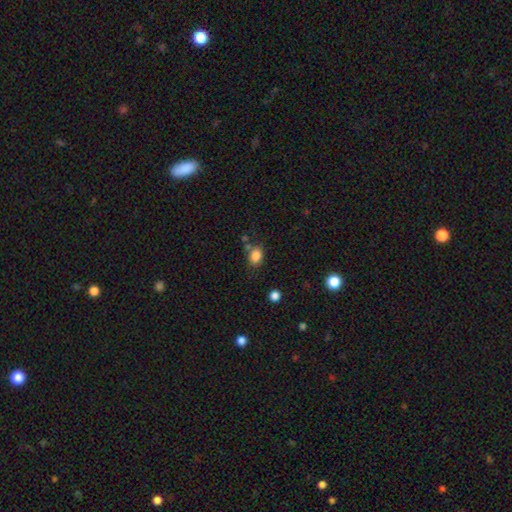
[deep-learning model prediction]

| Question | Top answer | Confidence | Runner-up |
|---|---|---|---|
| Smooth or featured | smooth | 84% | star or artifact (10%) |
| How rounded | in between | 64% | round (35%) |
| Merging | none | 65% | minor disturbance (18%) |